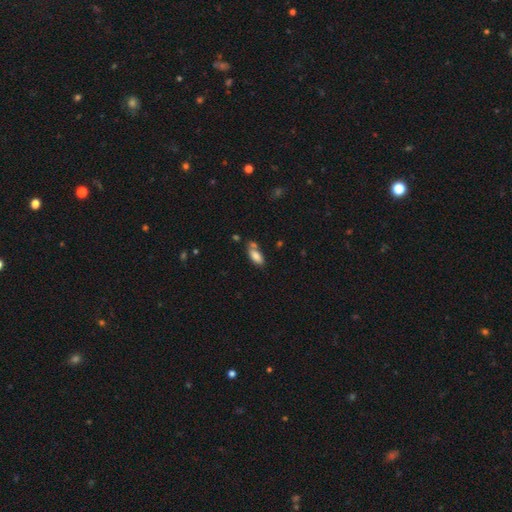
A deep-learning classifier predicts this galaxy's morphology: A smooth galaxy with no disk features (82%) that is in between round and cigar-shaped (84%).

Vote fractions:
- Smooth or featured? smooth: 82% / featured or disk: 10% / star or artifact: 8%
- How rounded? in between: 84% / cigar-shaped: 14% / round: 2%
- Merging? none: 52% / merger: 25% / minor disturbance: 18% / major disturbance: 5%